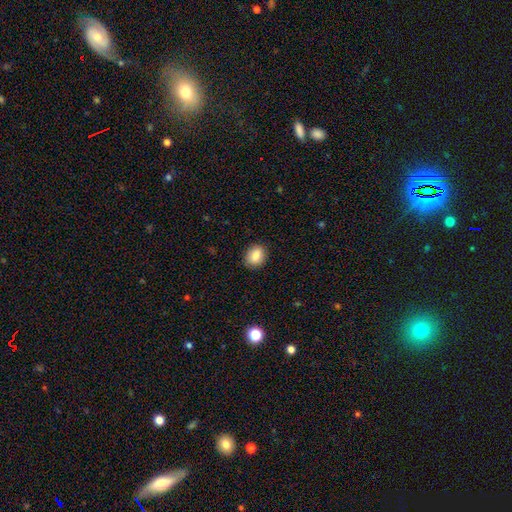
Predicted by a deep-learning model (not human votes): Smooth or featured: smooth — 85% (star or artifact — 8%)
How rounded: in between — 54% (round — 45%)
Merging: none — 87% (minor disturbance — 10%)